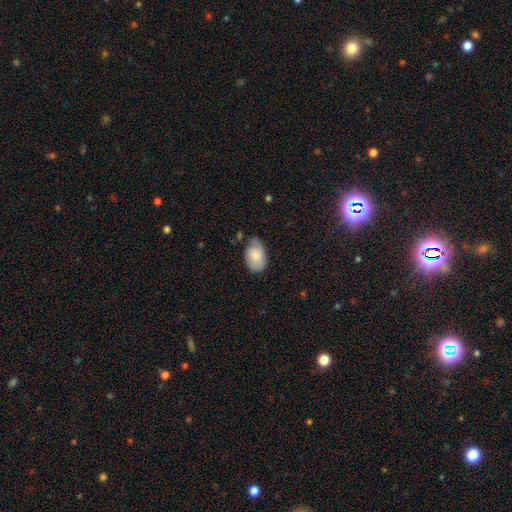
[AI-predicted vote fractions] This is likely a smooth galaxy (74%). How rounded: clearly in between (90%). Merging: possibly none (56%).